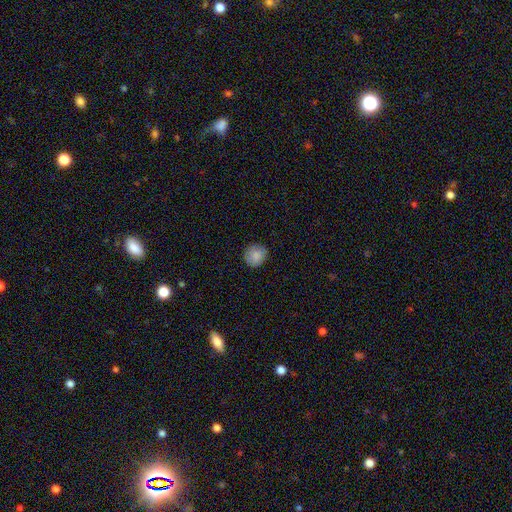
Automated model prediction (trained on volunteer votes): Overall: smooth (87%). How rounded: round (88%). Merging: none (85%).